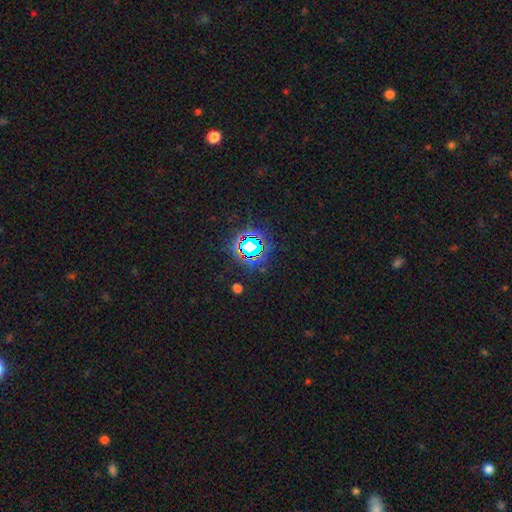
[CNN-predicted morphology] This is clearly a star or artifact rather than a galaxy (81%).